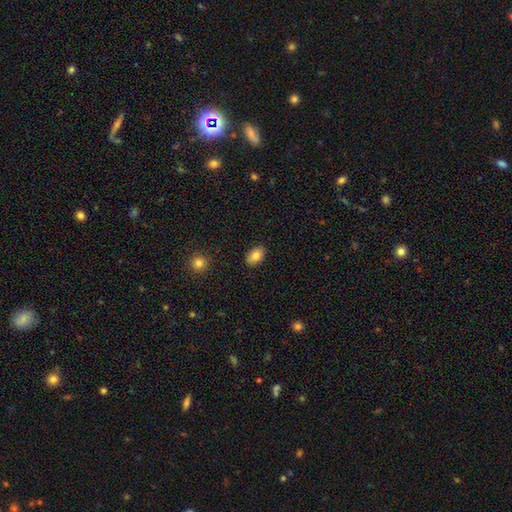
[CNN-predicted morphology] Overall: smooth (85%). How rounded: in between (88%). Merging: none (88%).